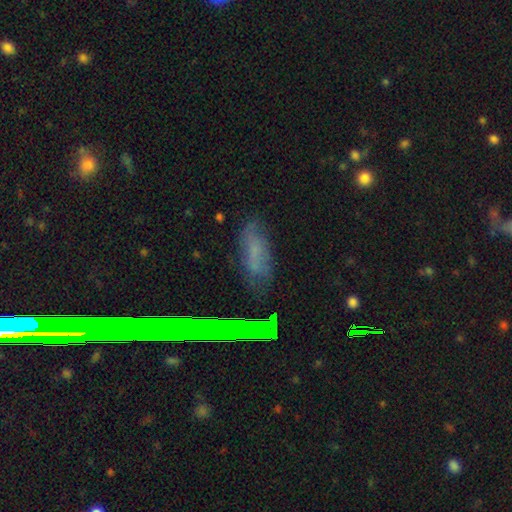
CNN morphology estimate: type=smooth (54%); roundness=in between (60%); merging=none (64%).